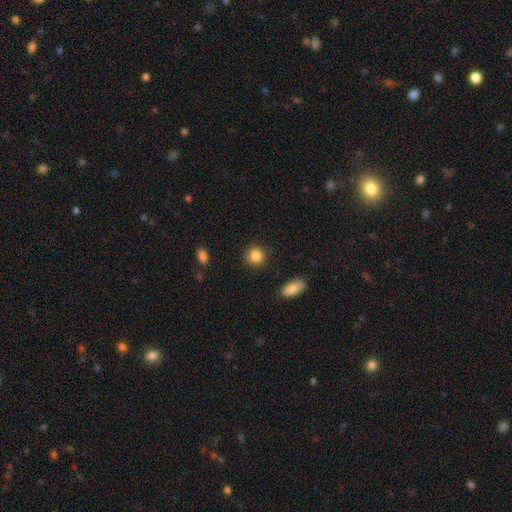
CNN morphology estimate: Q: Smooth or featured?
A: smooth (87%); runner-up: star or artifact (9%)
Q: How rounded?
A: round (87%); runner-up: in between (12%)
Q: Merging?
A: none (89%); runner-up: minor disturbance (7%)